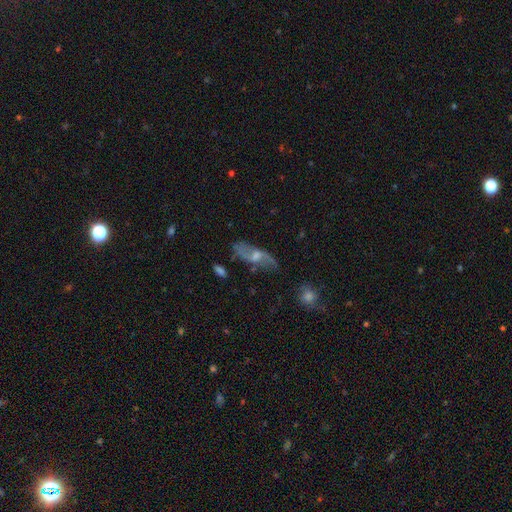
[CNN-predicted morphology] Overall: featured or disk (68%). Edge-on disk: no (83%). Bar: no (49%; weak 41%). Spiral arms: yes (85%). Bulge size: moderate (53%; small 35%). Merging: none (71%).